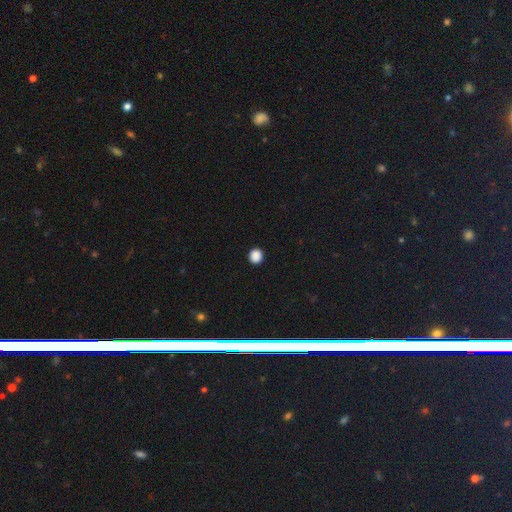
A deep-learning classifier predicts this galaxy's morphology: The model was most divided on "smooth or featured": smooth: 88%, star or artifact: 10%, featured or disk: 2%. More confident: merging — none (93%); how rounded — round (92%).